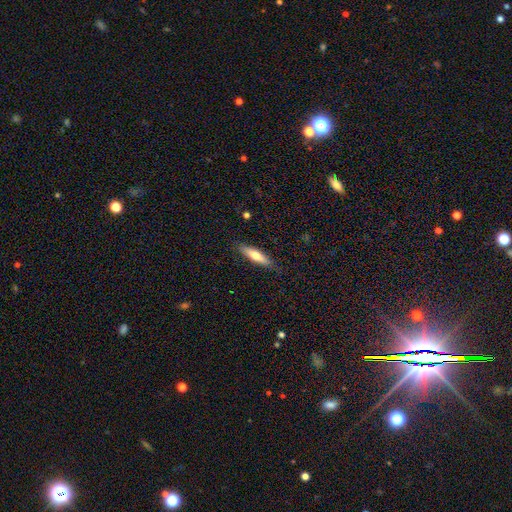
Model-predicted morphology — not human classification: Smooth or featured: smooth — 63% (featured or disk — 32%)
How rounded: cigar-shaped — 75% (in between — 23%)
Merging: none — 85% (minor disturbance — 11%)